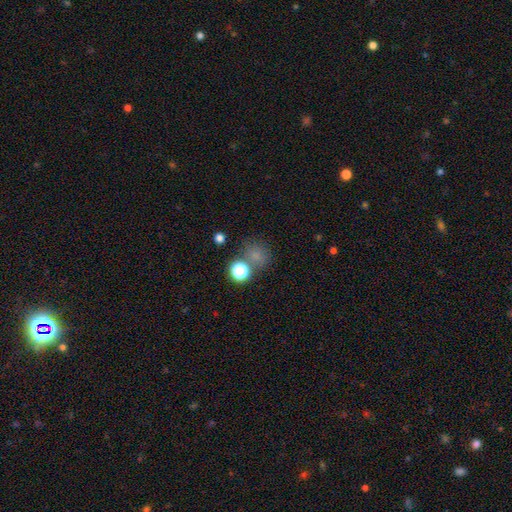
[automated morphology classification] Smooth or featured? smooth (70%)
How rounded? round (78%)
Merging? none (64%)